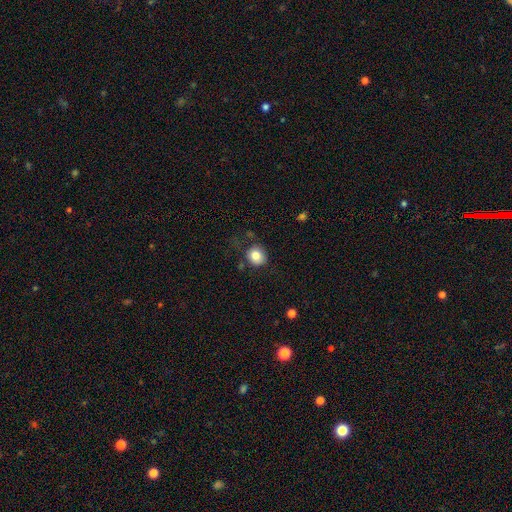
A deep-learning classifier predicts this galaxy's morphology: A smooth galaxy with no disk features (82%) that is round (79%). Merging: none (74%).